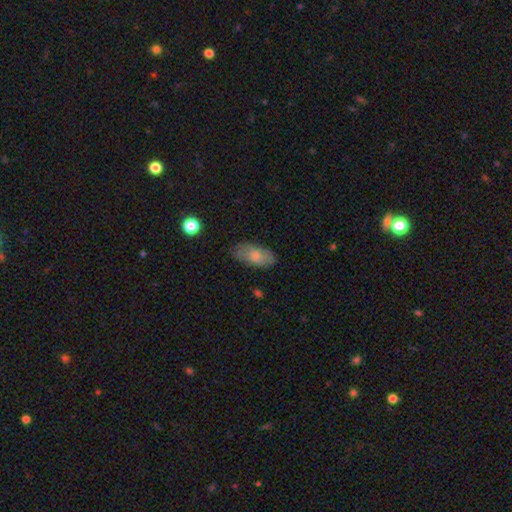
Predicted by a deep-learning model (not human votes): Smooth or featured? Predicted: smooth (p=0.74). How rounded? Predicted: in between (p=0.91). Merging? Predicted: none (p=0.71).